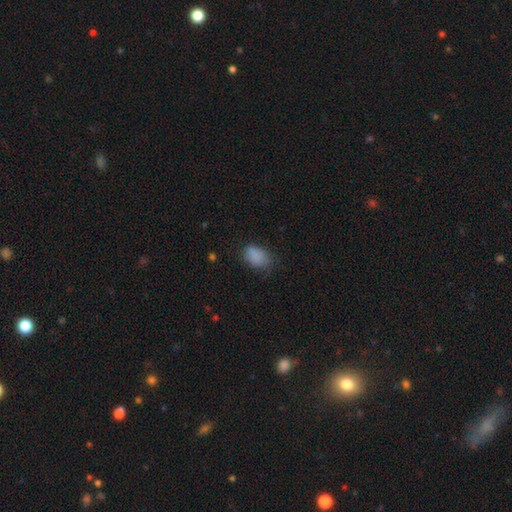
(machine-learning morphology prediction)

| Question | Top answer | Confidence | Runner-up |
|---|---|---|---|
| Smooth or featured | smooth | 84% | star or artifact (10%) |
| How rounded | in between | 86% | round (12%) |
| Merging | none | 57% | minor disturbance (30%) |